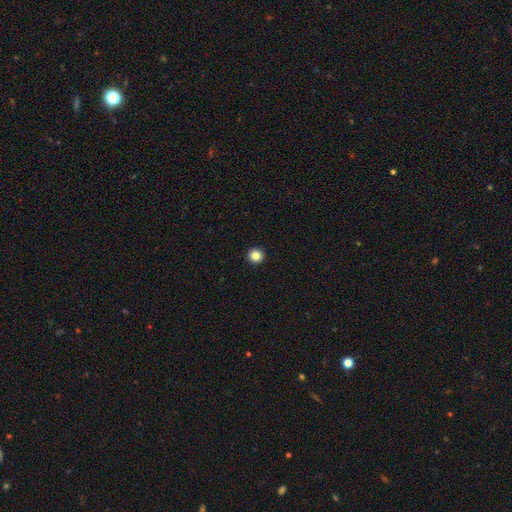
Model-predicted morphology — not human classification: The model was most divided on "smooth or featured": smooth: 84%, star or artifact: 11%, featured or disk: 5%. More confident: how rounded — round (96%); merging — none (94%).